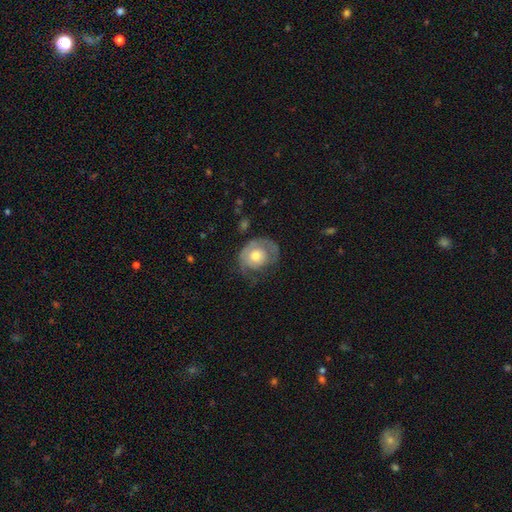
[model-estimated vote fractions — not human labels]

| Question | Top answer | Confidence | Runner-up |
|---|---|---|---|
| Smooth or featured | smooth | 50% | featured or disk (43%) |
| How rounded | round | 54% | in between (45%) |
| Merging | none | 42% | minor disturbance (30%) |